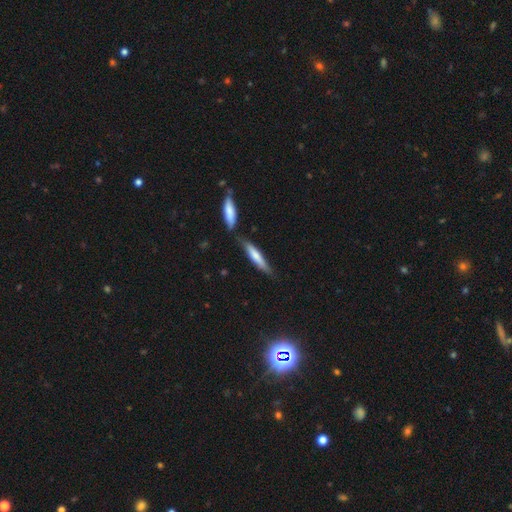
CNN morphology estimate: The model was most divided on "smooth or featured": smooth: 65%, featured or disk: 29%, star or artifact: 6%. More confident: how rounded — cigar-shaped (85%); merging — none (64%).